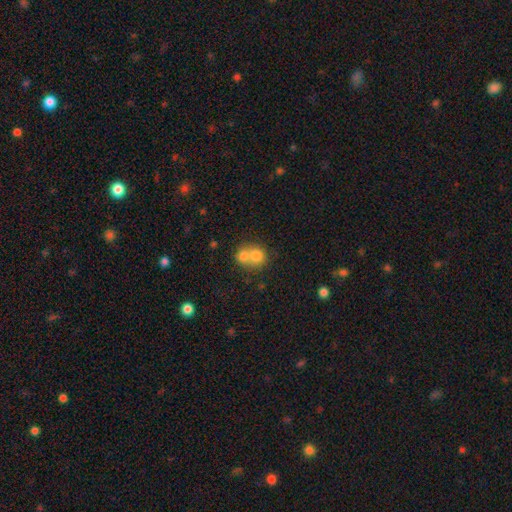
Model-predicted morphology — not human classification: Smooth or featured? smooth (73%)
How rounded? round (75%)
Merging? merger (67%)